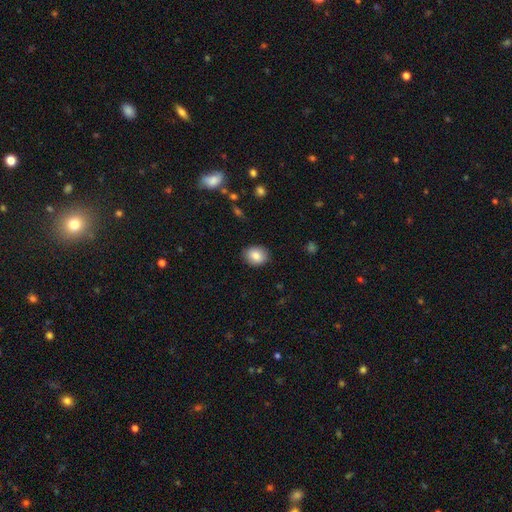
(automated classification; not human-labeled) Smooth or featured?
  - smooth: 84% *
  - star or artifact: 8%
  - featured or disk: 8%
How rounded?
  - round: 54% *
  - in between: 45%
  - cigar-shaped: 1%
Merging?
  - none: 87% *
  - minor disturbance: 9%
  - major disturbance: 2%
  - merger: 1%